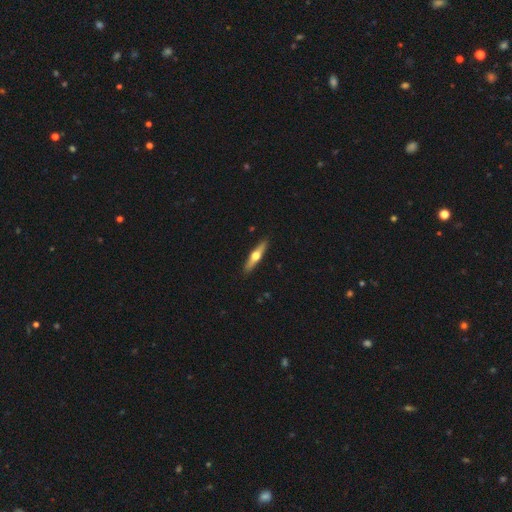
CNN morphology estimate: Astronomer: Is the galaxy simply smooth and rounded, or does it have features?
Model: featured or disk — 60%.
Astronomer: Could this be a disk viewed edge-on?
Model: yes — 95%.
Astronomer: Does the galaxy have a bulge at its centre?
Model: rounded — 95%.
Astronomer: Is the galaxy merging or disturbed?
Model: none — 91%.